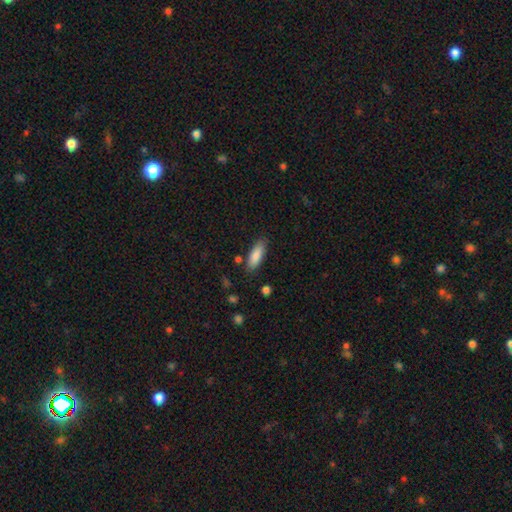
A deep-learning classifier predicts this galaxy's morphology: Smooth or featured? Predicted: smooth (p=0.86). How rounded? Predicted: in between (p=0.67). Merging? Predicted: none (p=0.83).